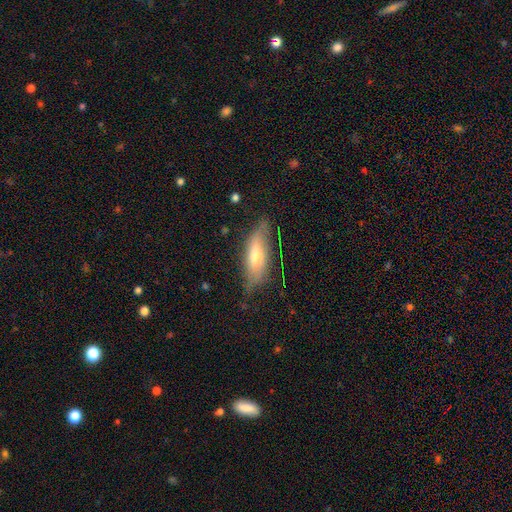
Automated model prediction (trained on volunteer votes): The model was most divided on "smooth or featured": smooth: 55%, featured or disk: 38%, star or artifact: 7%. More confident: merging — none (66%); how rounded — in between (58%).